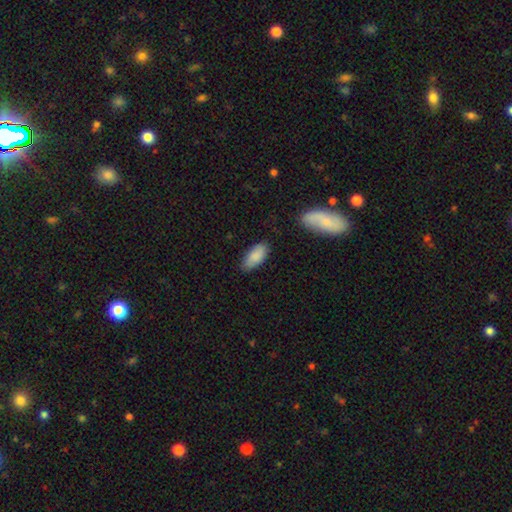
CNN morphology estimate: Q: Smooth or featured?
A: smooth (87%); runner-up: featured or disk (7%)
Q: How rounded?
A: in between (87%); runner-up: cigar-shaped (11%)
Q: Merging?
A: none (78%); runner-up: minor disturbance (17%)